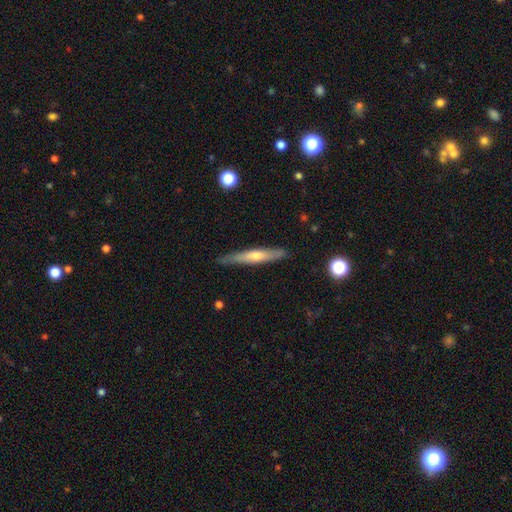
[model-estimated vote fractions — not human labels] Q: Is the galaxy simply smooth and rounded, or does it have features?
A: featured or disk — 56%.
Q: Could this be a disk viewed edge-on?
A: yes — 93%.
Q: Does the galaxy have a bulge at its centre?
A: rounded — 71%.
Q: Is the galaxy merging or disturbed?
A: none — 86%.